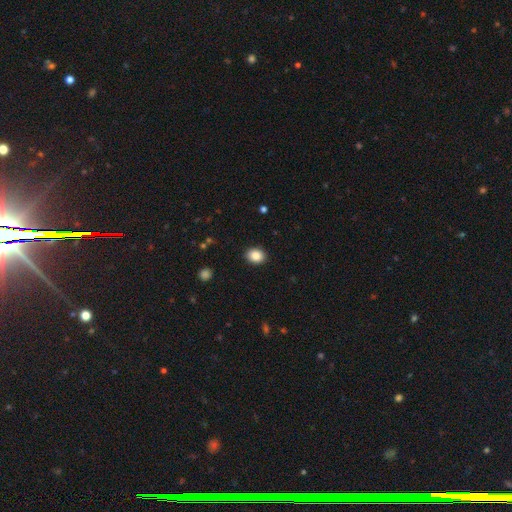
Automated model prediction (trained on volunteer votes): Q: Smooth or featured?
A: smooth (88%); runner-up: star or artifact (9%)
Q: How rounded?
A: in between (51%); runner-up: round (48%)
Q: Merging?
A: none (90%); runner-up: minor disturbance (7%)